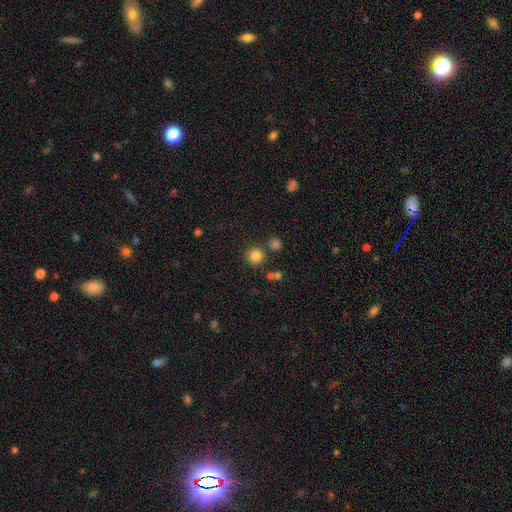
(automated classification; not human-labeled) Morphology: type=smooth (83%); roundness=round (93%); merging=none (81%).